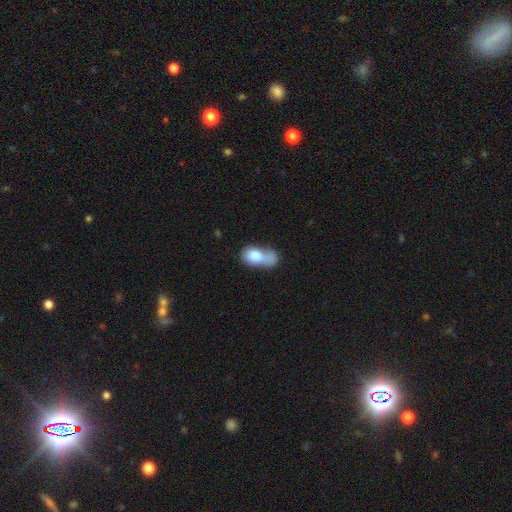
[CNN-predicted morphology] smooth-or-featured: smooth: 76% | featured or disk: 17% | star or artifact: 7%
  how-rounded: in between: 80% | round: 17% | cigar-shaped: 3%
  merging: merger: 54% | major disturbance: 17% | none: 17% | minor disturbance: 12%